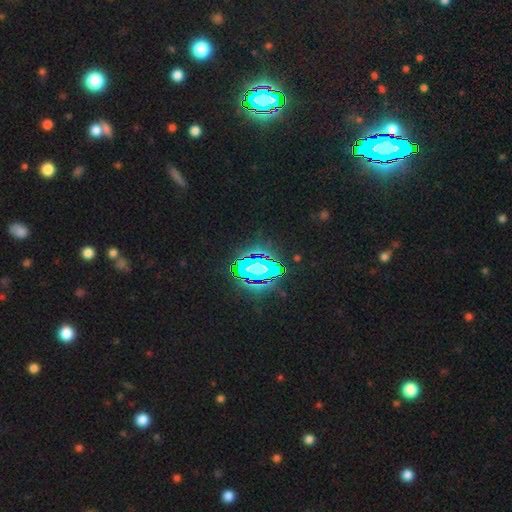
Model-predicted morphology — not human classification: A star or artifact, not a galaxy (80%).

Vote fractions:
- Smooth or featured? star or artifact: 80% / smooth: 11% / featured or disk: 9%